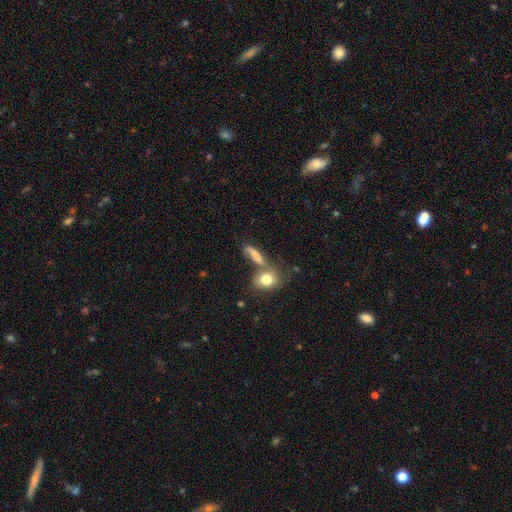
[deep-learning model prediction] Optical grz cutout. It shows a smooth galaxy with no disk features (73%) that is in between round and cigar-shaped (42%). Merging: none (48%).